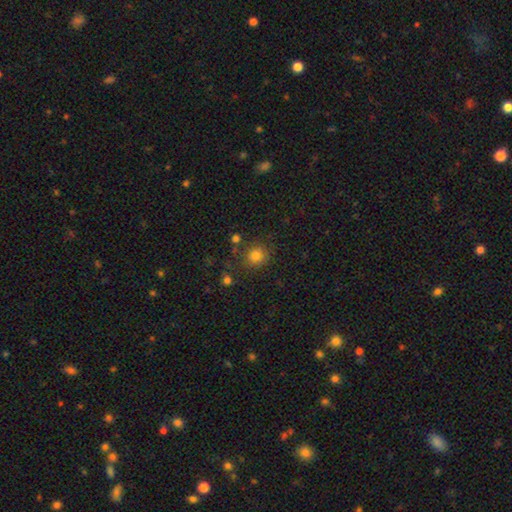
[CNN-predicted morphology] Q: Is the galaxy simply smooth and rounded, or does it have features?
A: smooth — 81%.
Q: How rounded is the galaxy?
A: round — 85%.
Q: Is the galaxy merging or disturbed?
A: none — 77%.